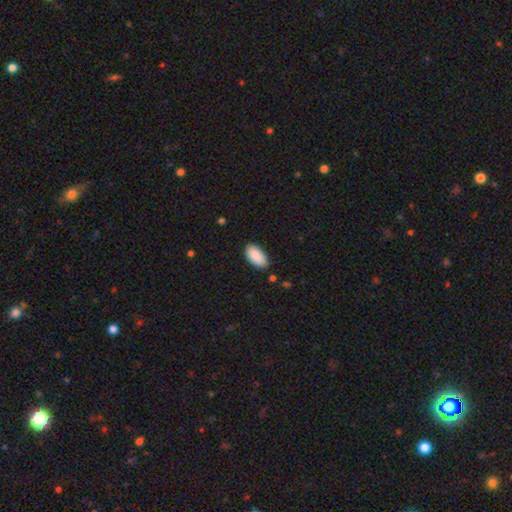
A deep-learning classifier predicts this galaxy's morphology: Q: Smooth or featured?
A: smooth (91%); runner-up: star or artifact (6%)
Q: How rounded?
A: in between (95%); runner-up: cigar-shaped (3%)
Q: Merging?
A: none (85%); runner-up: minor disturbance (12%)